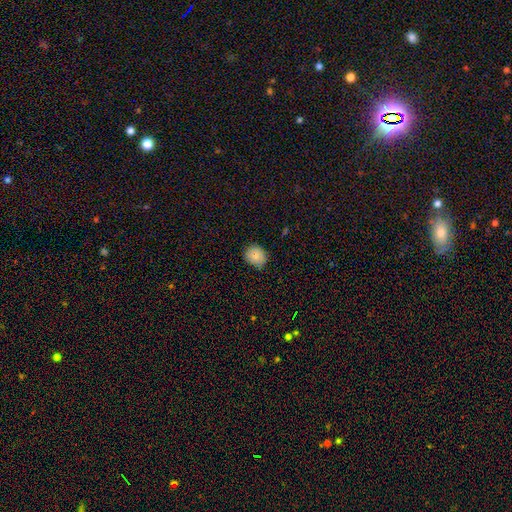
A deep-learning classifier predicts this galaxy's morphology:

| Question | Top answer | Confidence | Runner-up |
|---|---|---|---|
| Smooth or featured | smooth | 85% | star or artifact (9%) |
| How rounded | round | 75% | in between (24%) |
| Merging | none | 80% | minor disturbance (17%) |